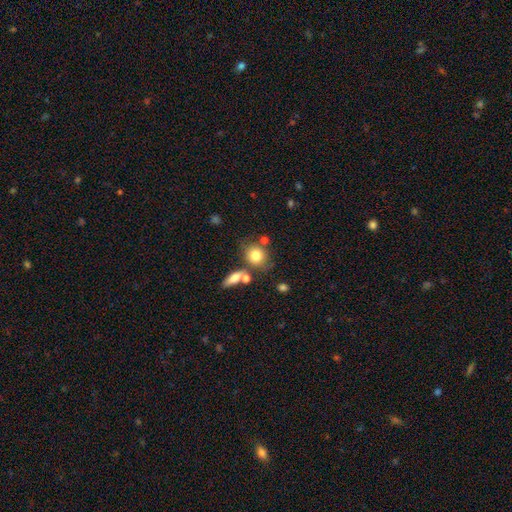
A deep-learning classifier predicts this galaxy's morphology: type=smooth (79%); roundness=round (73%); merging=none (61%).